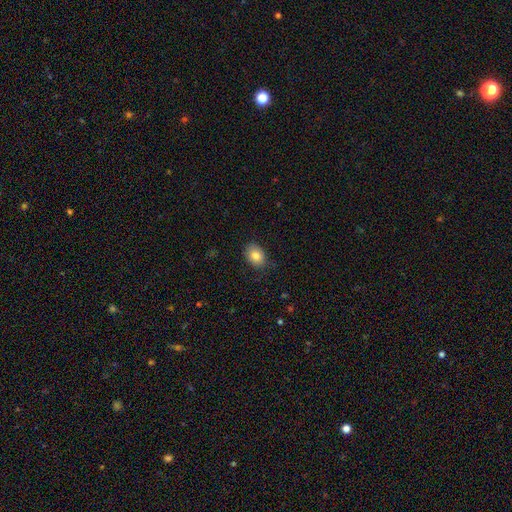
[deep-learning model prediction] Smooth or featured?
  - smooth: 83% *
  - star or artifact: 9%
  - featured or disk: 8%
How rounded?
  - in between: 70% *
  - round: 29%
  - cigar-shaped: 1%
Merging?
  - none: 80% *
  - minor disturbance: 16%
  - major disturbance: 3%
  - merger: 1%